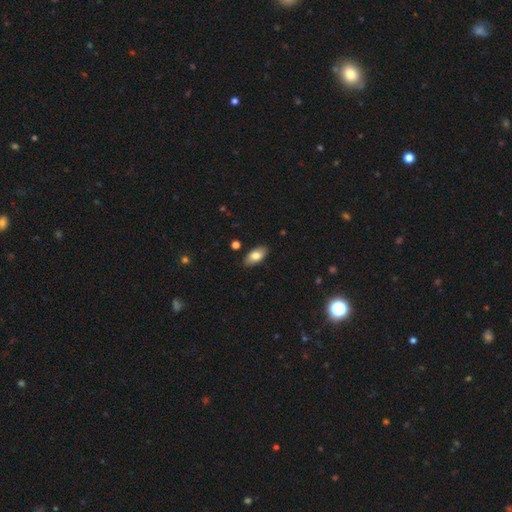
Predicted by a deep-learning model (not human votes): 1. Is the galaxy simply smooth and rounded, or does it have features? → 78% smooth, 15% featured or disk, 7% star or artifact.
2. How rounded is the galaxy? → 92% in between, 5% cigar-shaped, 3% round.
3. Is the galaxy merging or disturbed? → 87% none, 10% minor disturbance, 2% major disturbance, 1% merger.